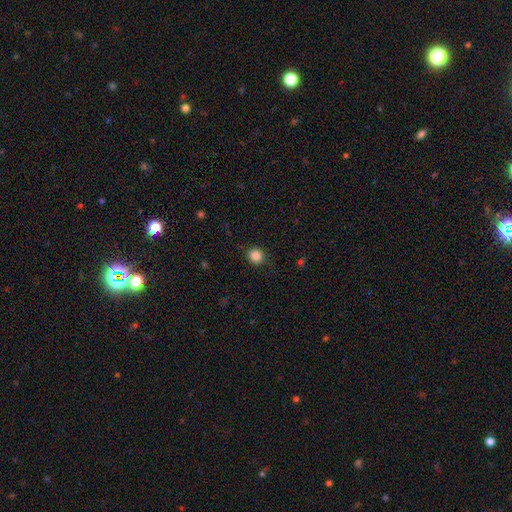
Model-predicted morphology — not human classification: Smooth or featured: smooth — 85% (star or artifact — 11%)
How rounded: round — 90% (in between — 9%)
Merging: none — 88% (minor disturbance — 8%)